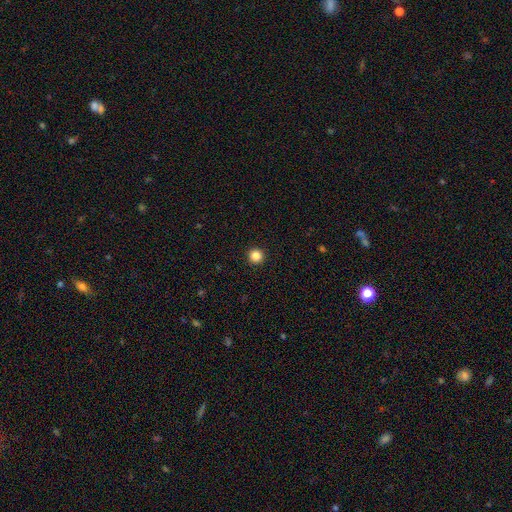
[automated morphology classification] A smooth galaxy with no disk features (85%) that is round (96%).

Vote fractions:
- Smooth or featured? smooth: 85% / star or artifact: 11% / featured or disk: 4%
- How rounded? round: 96% / in between: 3% / cigar-shaped: 1%
- Merging? none: 94% / minor disturbance: 4% / major disturbance: 1% / merger: 1%